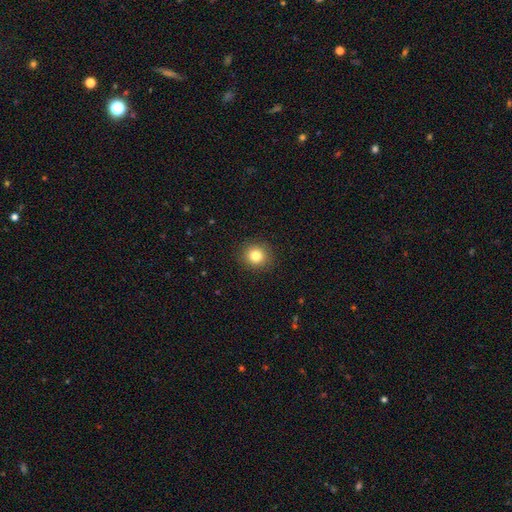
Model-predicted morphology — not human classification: smooth 82%, star or artifact 11%, featured or disk 7%. Down the decision tree: how rounded — round (88%); merging — none (90%).